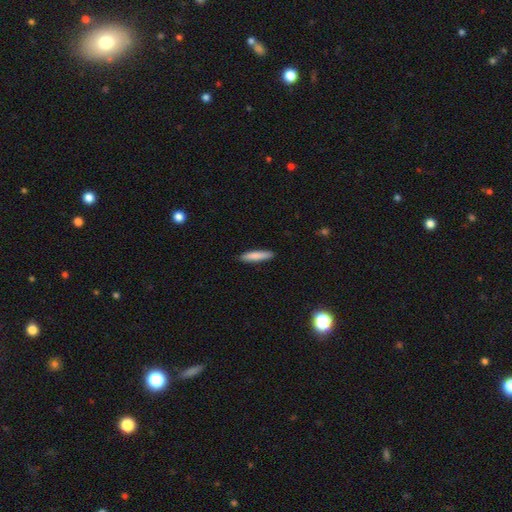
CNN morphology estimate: The model was most divided on "smooth or featured": smooth: 83%, featured or disk: 11%, star or artifact: 5%. More confident: merging — none (90%); how rounded — cigar-shaped (86%).